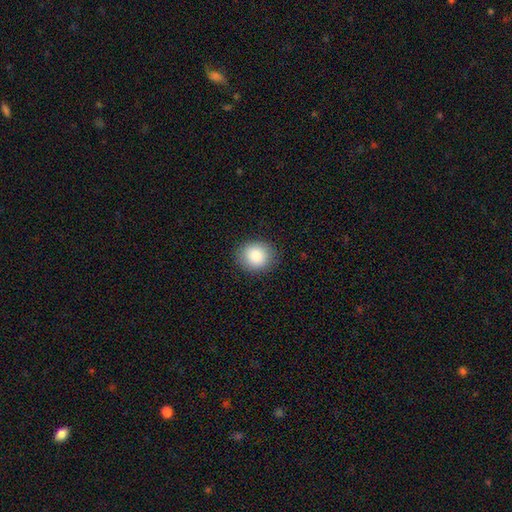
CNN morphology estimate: Smooth or featured? Predicted: smooth (p=0.87). How rounded? Predicted: round (p=0.74). Merging? Predicted: none (p=0.88).